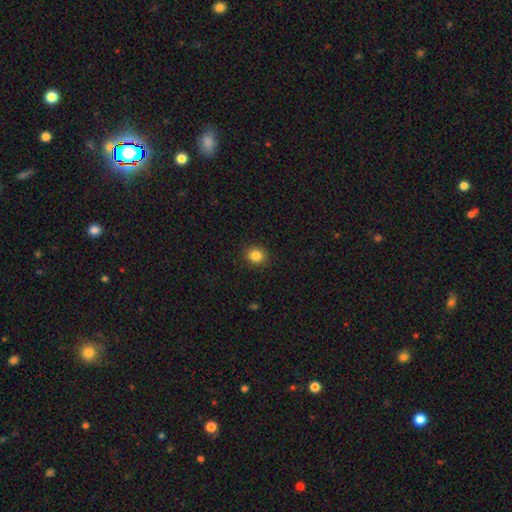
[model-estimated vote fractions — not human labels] smooth 85%, star or artifact 11%, featured or disk 5%. Down the decision tree: how rounded — round (76%); merging — none (90%).